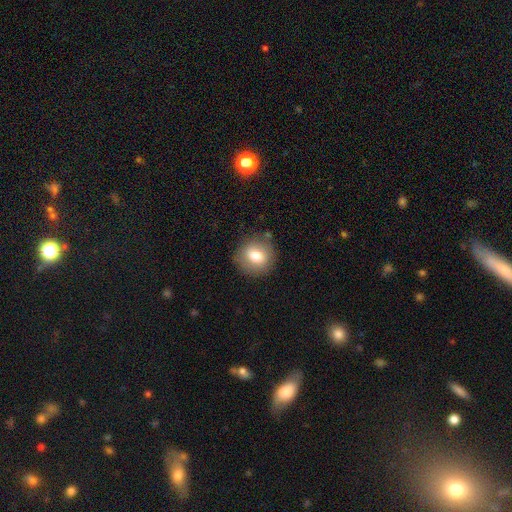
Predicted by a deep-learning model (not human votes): Smooth or featured? Predicted: smooth (p=0.74). How rounded? Predicted: round (p=0.84). Merging? Predicted: none (p=0.85).